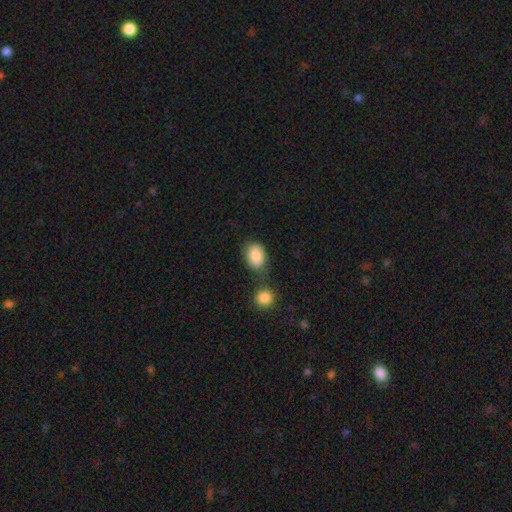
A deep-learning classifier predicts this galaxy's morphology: smooth 87%, star or artifact 7%, featured or disk 6%. Down the decision tree: how rounded — in between (79%); merging — none (60%).